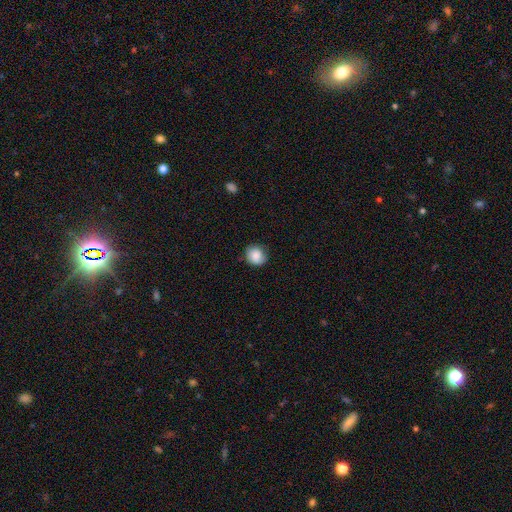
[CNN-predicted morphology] A smooth galaxy with no disk features (85%) that is round (81%). Merging: none (79%).